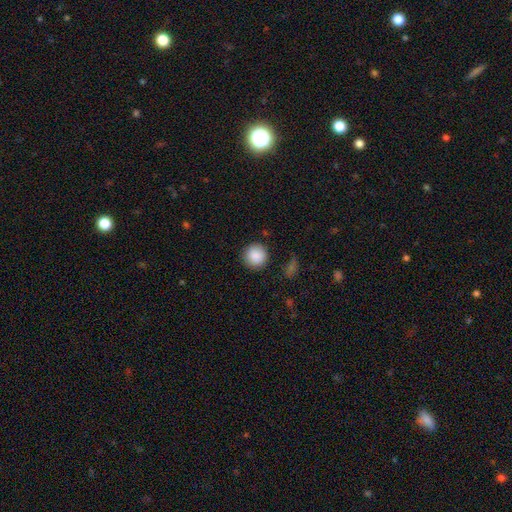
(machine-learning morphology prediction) Q: Smooth or featured?
A: smooth (89%); runner-up: star or artifact (8%)
Q: How rounded?
A: round (93%); runner-up: in between (6%)
Q: Merging?
A: none (87%); runner-up: minor disturbance (9%)